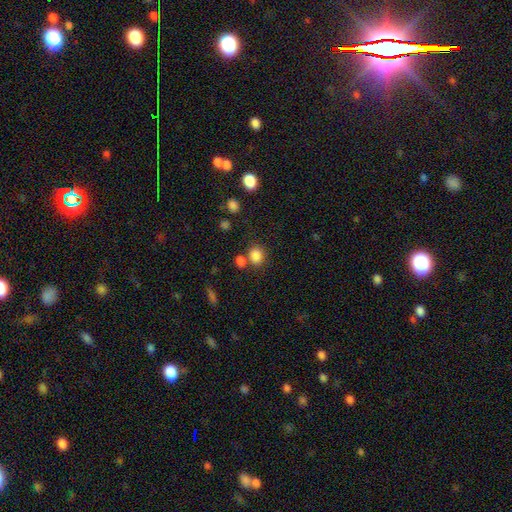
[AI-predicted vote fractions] This appears to be a smooth galaxy with no disk features (84%) that is round (61%). Merging: none (66%).